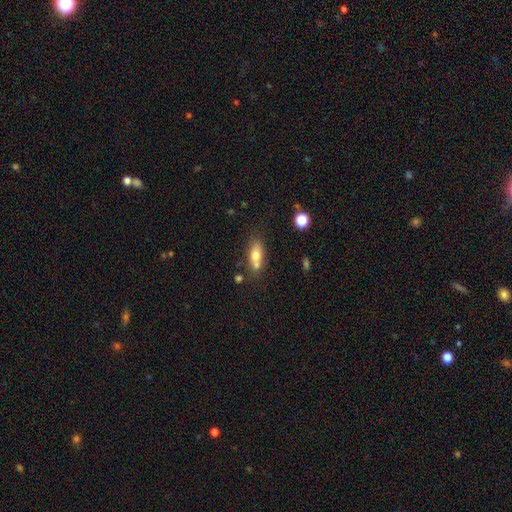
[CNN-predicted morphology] smooth 68%, featured or disk 23%, star or artifact 9%. Down the decision tree: how rounded — in between (71%); merging — none (49%).